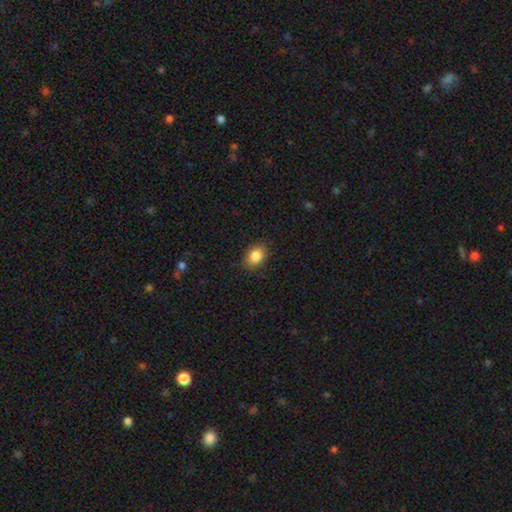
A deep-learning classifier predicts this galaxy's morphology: smooth-or-featured: smooth: 86% | star or artifact: 9% | featured or disk: 6%
  how-rounded: in between: 71% | round: 28% | cigar-shaped: 1%
  merging: none: 85% | minor disturbance: 12% | major disturbance: 3% | merger: 1%